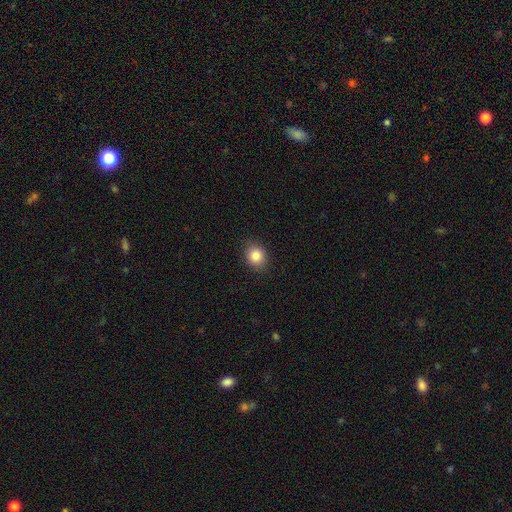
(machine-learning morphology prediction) Smooth or featured? Predicted: smooth (p=0.85). How rounded? Predicted: round (p=0.63). Merging? Predicted: none (p=0.88).